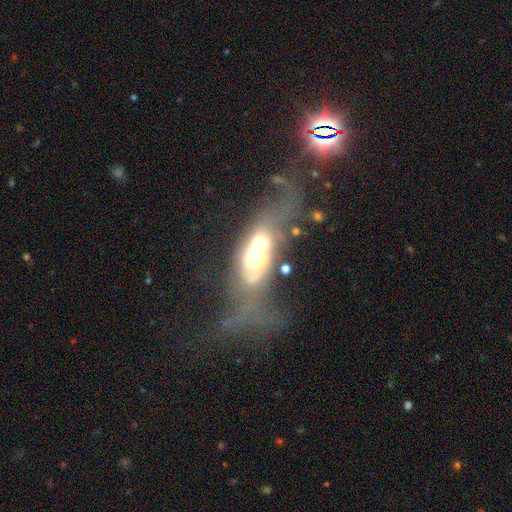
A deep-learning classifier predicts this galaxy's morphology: type=featured or disk (54%); edge-on=no (82%); merging=merger (55%).